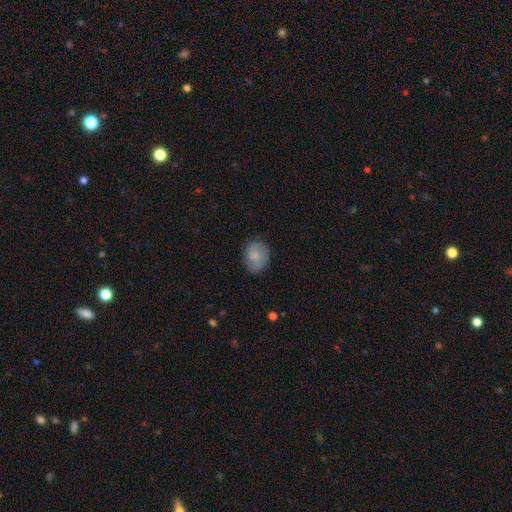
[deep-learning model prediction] smooth 77%, featured or disk 16%, star or artifact 7%. Down the decision tree: how rounded — in between (50%); merging — none (72%).